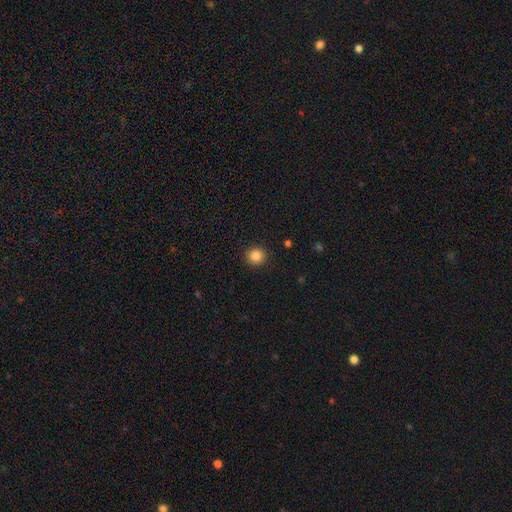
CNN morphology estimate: This appears to be a smooth galaxy with no disk features (85%) that is round (92%). Merging: none (91%).